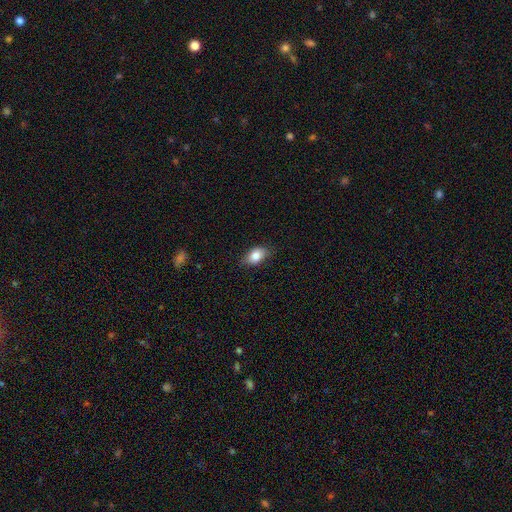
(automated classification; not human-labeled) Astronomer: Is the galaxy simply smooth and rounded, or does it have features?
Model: smooth — 83%.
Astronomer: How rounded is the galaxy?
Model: in between — 86%.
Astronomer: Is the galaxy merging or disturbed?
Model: none — 81%.